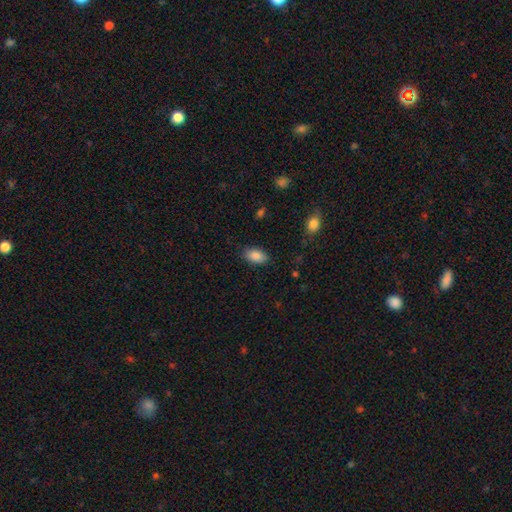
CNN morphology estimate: Q: Smooth or featured?
A: smooth (87%); runner-up: star or artifact (8%)
Q: How rounded?
A: in between (92%); runner-up: round (6%)
Q: Merging?
A: none (85%); runner-up: minor disturbance (11%)